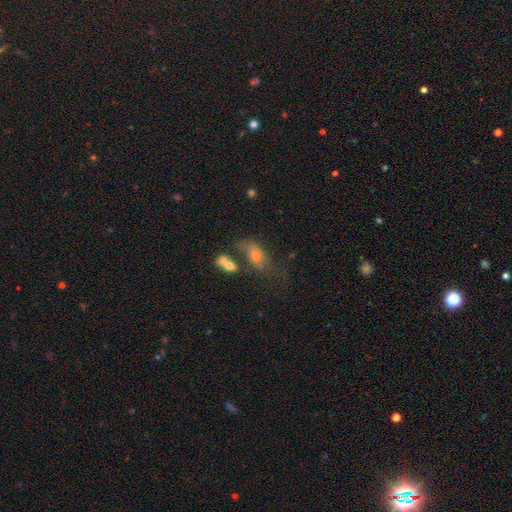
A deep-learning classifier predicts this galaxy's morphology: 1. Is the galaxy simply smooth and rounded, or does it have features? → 54% smooth, 33% featured or disk, 13% star or artifact.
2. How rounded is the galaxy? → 82% in between, 9% round, 9% cigar-shaped.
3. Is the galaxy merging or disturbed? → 35% none, 28% merger, 19% minor disturbance, 18% major disturbance.